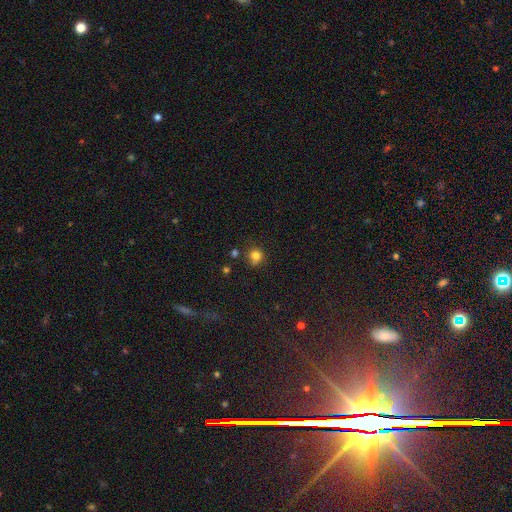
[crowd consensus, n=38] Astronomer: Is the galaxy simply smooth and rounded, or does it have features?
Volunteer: smooth — 92%.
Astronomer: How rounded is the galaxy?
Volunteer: round — 86%.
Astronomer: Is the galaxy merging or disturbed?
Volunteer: none — 65%.